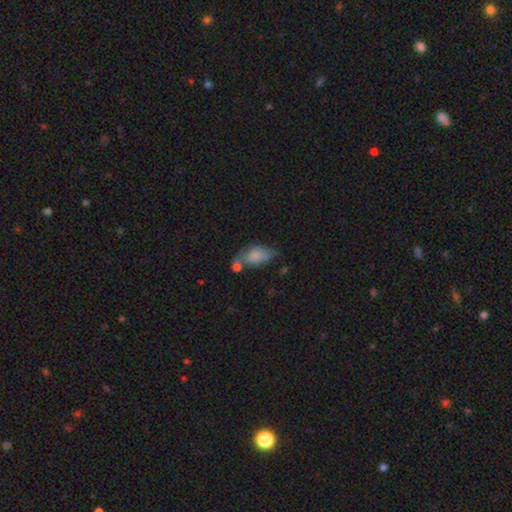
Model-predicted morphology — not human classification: Smooth or featured? Predicted: smooth (p=0.71). How rounded? Predicted: in between (p=0.87). Merging? Predicted: none (p=0.35).